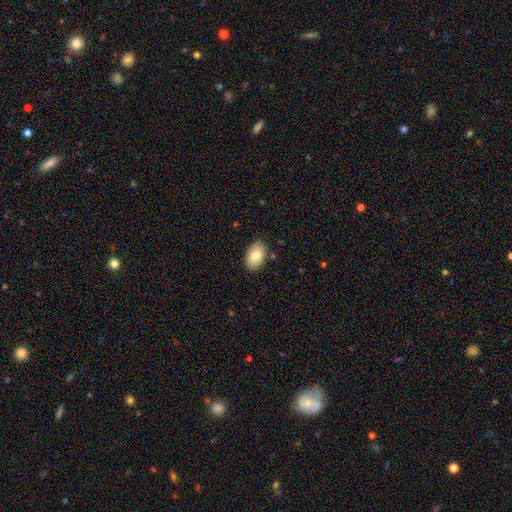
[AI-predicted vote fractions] A smooth galaxy with no disk features (81%) that is in between round and cigar-shaped (90%).

Vote fractions:
- Smooth or featured? smooth: 81% / featured or disk: 12% / star or artifact: 7%
- How rounded? in between: 90% / round: 9% / cigar-shaped: 1%
- Merging? none: 86% / minor disturbance: 10% / major disturbance: 2% / merger: 2%